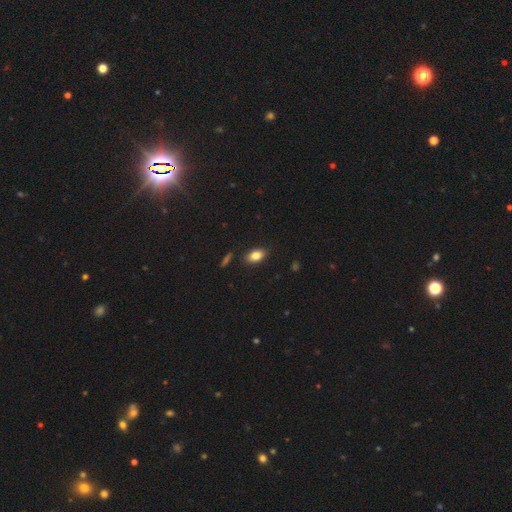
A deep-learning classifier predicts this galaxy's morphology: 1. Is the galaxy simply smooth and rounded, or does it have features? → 83% smooth, 9% star or artifact, 8% featured or disk.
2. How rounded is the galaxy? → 86% in between, 11% round, 3% cigar-shaped.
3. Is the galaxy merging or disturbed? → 86% none, 10% minor disturbance, 2% major disturbance, 2% merger.